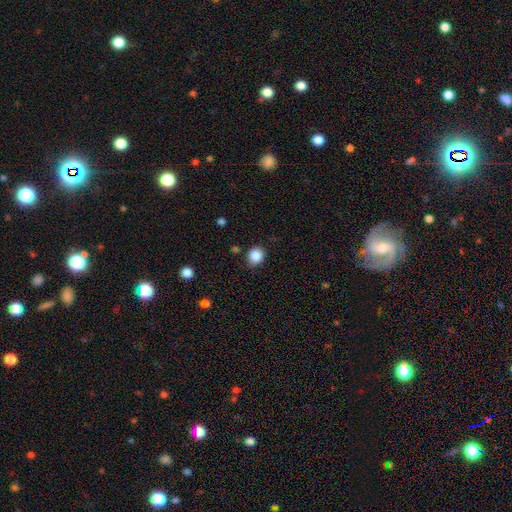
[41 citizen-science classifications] Smooth or featured? smooth (83%)
How rounded? round (85%)
Merging? none (78%)